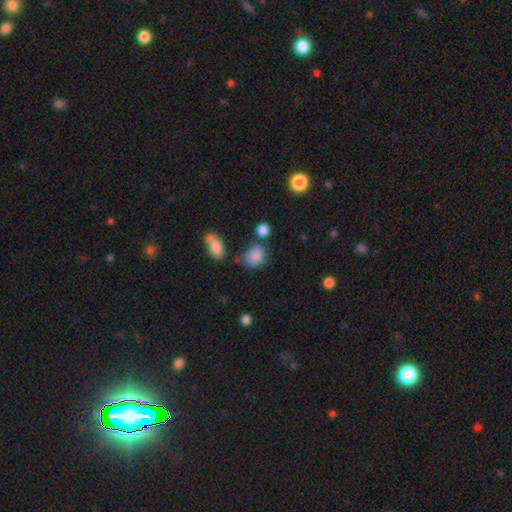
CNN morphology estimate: A smooth galaxy with no disk features (84%) that is round (56%).

Vote fractions:
- Smooth or featured? smooth: 84% / star or artifact: 11% / featured or disk: 6%
- How rounded? round: 56% / in between: 42% / cigar-shaped: 1%
- Merging? none: 59% / minor disturbance: 22% / merger: 12% / major disturbance: 8%